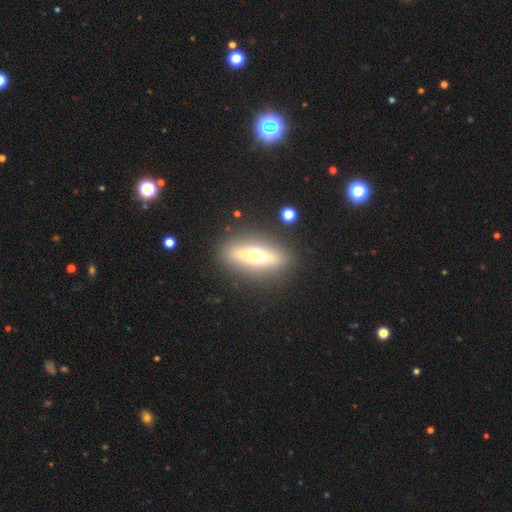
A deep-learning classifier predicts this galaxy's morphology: Smooth or featured? Predicted: featured or disk (p=0.53). Edge-on disk? Predicted: yes (p=0.76). Merging? Predicted: none (p=0.86).